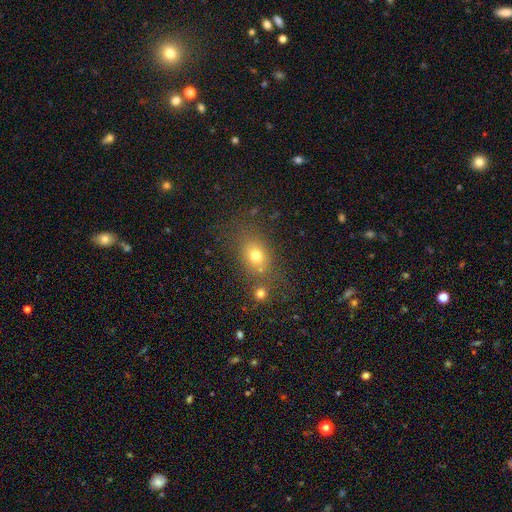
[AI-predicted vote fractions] Overall: smooth (71%). How rounded: in between (53%; round 45%). Merging: none (64%).